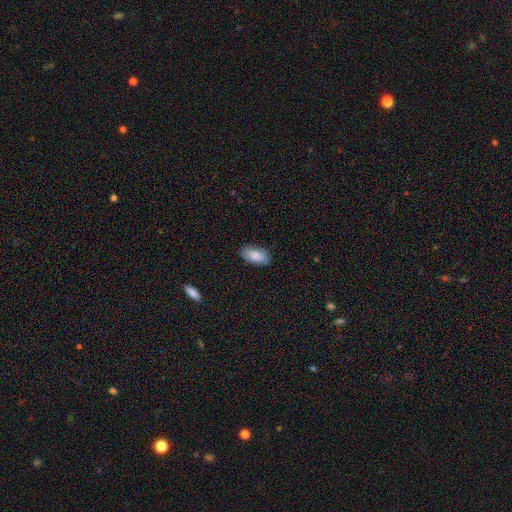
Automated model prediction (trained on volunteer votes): Smooth or featured?
  - smooth: 84% *
  - featured or disk: 9%
  - star or artifact: 6%
How rounded?
  - in between: 93% *
  - cigar-shaped: 4%
  - round: 3%
Merging?
  - none: 81% *
  - minor disturbance: 15%
  - major disturbance: 3%
  - merger: 1%